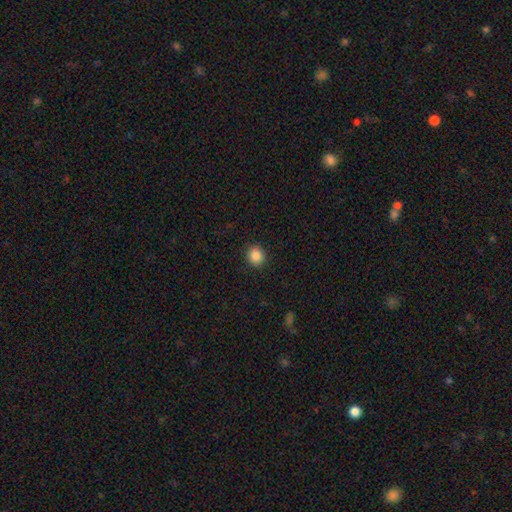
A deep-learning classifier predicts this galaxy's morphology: Overall: smooth (86%). How rounded: round (86%). Merging: none (91%).